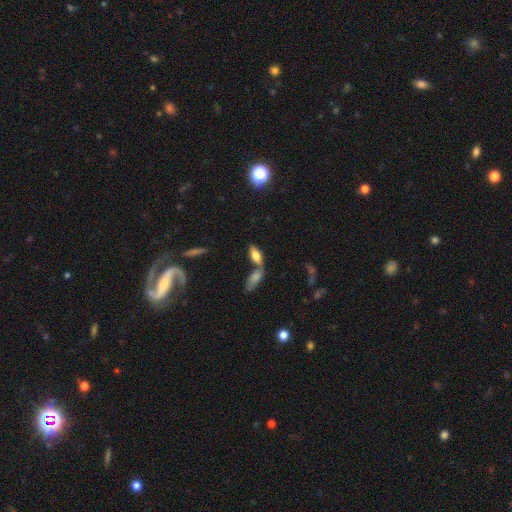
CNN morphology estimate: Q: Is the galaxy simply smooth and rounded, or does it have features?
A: smooth — 69%.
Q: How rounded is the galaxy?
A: in between — 76%.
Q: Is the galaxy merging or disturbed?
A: none — 46%.